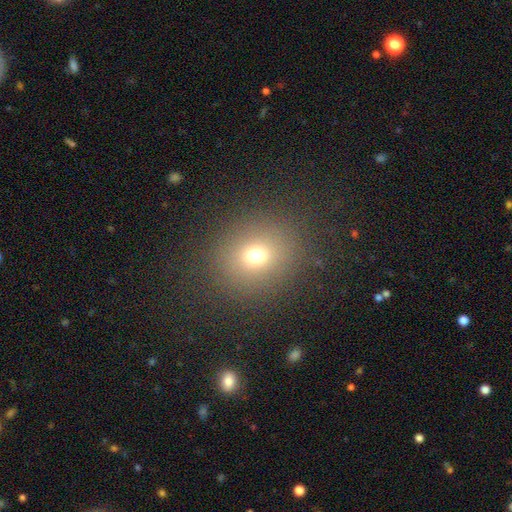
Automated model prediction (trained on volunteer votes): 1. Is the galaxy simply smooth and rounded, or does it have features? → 70% smooth, 19% star or artifact, 11% featured or disk.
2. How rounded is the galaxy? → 74% round, 25% in between, 1% cigar-shaped.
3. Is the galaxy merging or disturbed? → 84% none, 9% minor disturbance, 5% major disturbance, 1% merger.